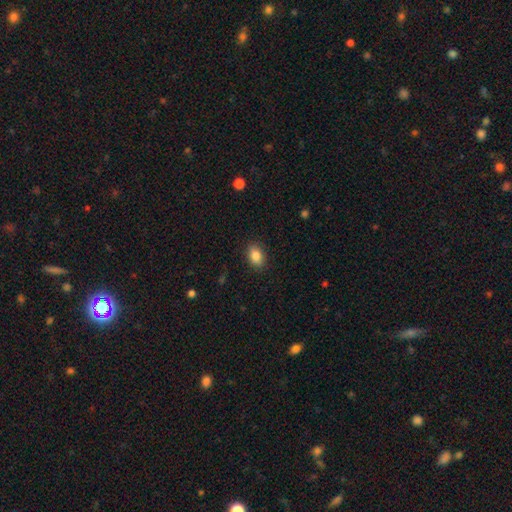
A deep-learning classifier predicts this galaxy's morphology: Smooth or featured? Predicted: smooth (p=0.87). How rounded? Predicted: in between (p=0.77). Merging? Predicted: none (p=0.88).